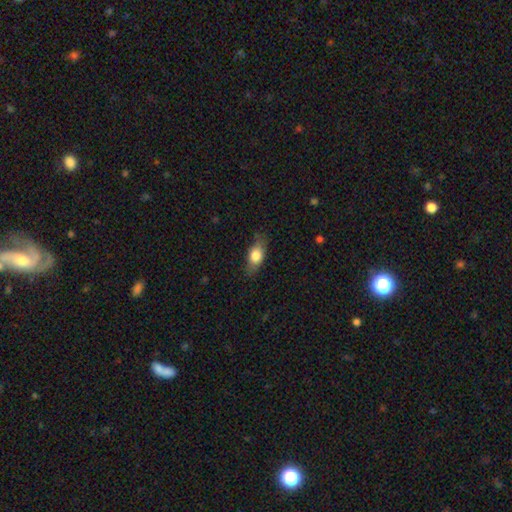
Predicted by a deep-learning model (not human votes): A smooth galaxy with no disk features (74%) that is in between round and cigar-shaped (78%). Merging: none (77%).